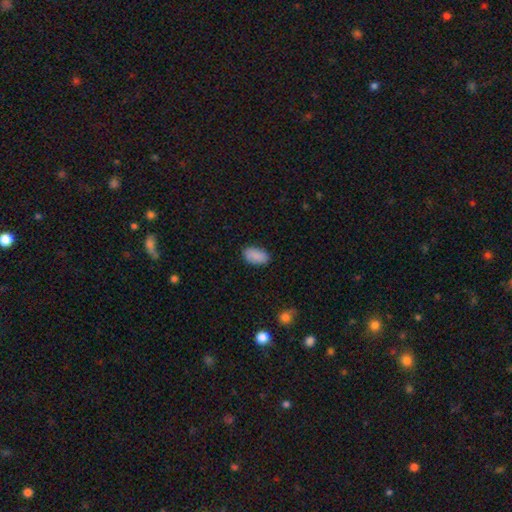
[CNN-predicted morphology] Smooth or featured? smooth (89%)
How rounded? in between (93%)
Merging? none (86%)